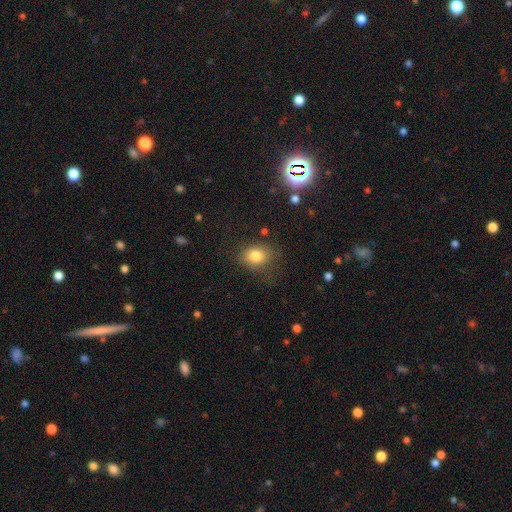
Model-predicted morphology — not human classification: smooth-or-featured: smooth: 81% | star or artifact: 11% | featured or disk: 8%
  how-rounded: in between: 50% | round: 49% | cigar-shaped: 1%
  merging: none: 69% | minor disturbance: 20% | major disturbance: 9% | merger: 2%